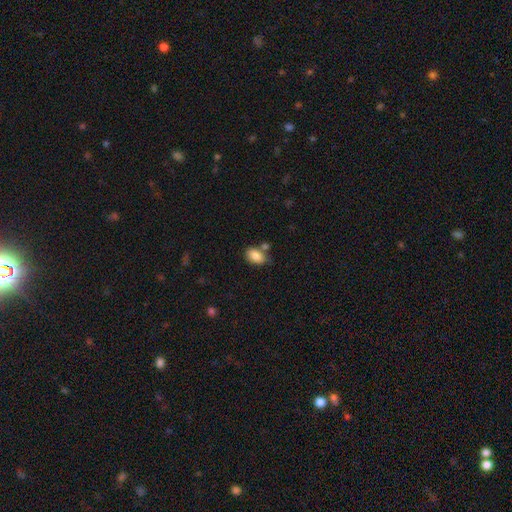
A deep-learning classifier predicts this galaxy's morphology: A smooth galaxy with no disk features (84%) that is in between round and cigar-shaped (89%).

Vote fractions:
- Smooth or featured? smooth: 84% / featured or disk: 8% / star or artifact: 8%
- How rounded? in between: 89% / round: 9% / cigar-shaped: 1%
- Merging? none: 64% / minor disturbance: 16% / merger: 16% / major disturbance: 4%